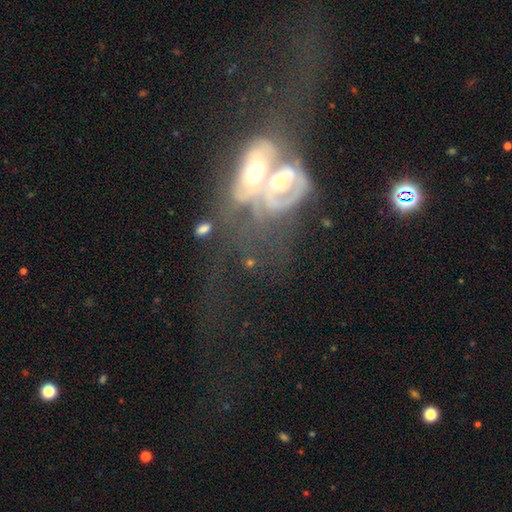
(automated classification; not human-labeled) This appears to be a featured or disk galaxy (70%) with no bar (71%), spiral arms (53%) and a moderate central bulge (65%). Merging: merger (75%).